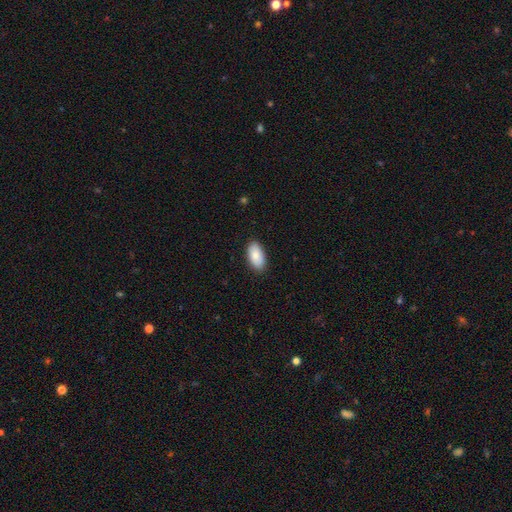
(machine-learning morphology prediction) Smooth or featured? smooth (84%)
How rounded? in between (95%)
Merging? none (88%)